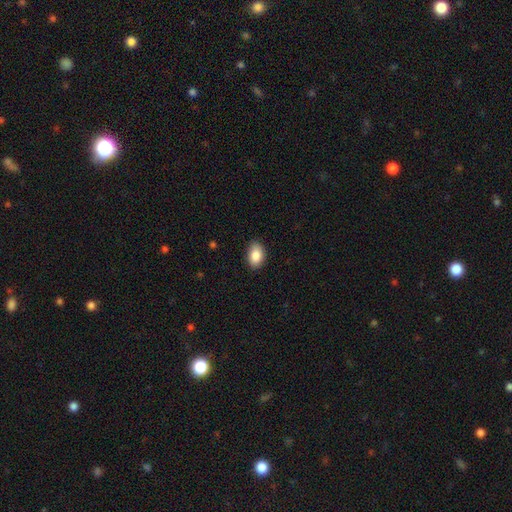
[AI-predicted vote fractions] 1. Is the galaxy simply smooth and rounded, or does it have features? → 86% smooth, 7% star or artifact, 6% featured or disk.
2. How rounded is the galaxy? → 87% in between, 11% round, 1% cigar-shaped.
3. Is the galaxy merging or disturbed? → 86% none, 11% minor disturbance, 2% major disturbance, 1% merger.